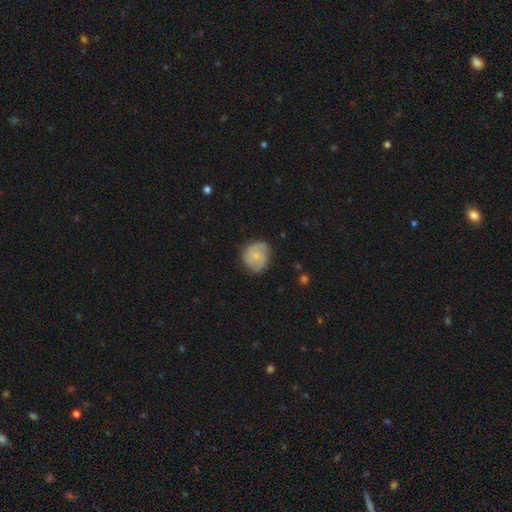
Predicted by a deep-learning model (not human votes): Q: Smooth or featured?
A: featured or disk (53%); runner-up: smooth (40%)
Q: Edge-on disk?
A: no (98%); runner-up: yes (2%)
Q: Bar?
A: no (78%); runner-up: weak (19%)
Q: Spiral arms?
A: yes (85%); runner-up: no (15%)
Q: Bulge size?
A: small (65%); runner-up: moderate (27%)
Q: Merging?
A: none (68%); runner-up: minor disturbance (24%)